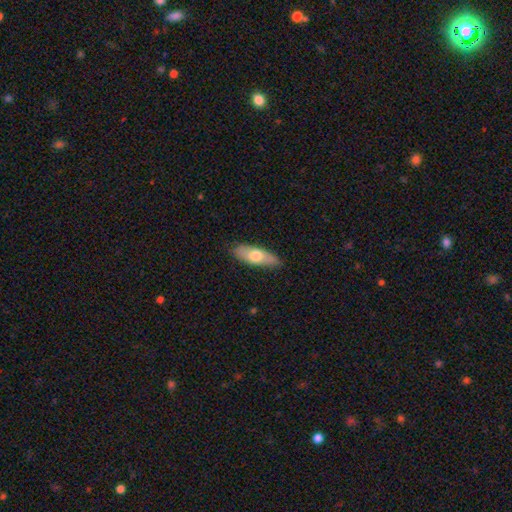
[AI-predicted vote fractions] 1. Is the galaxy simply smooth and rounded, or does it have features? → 63% smooth, 31% featured or disk, 6% star or artifact.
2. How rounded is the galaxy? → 66% in between, 31% cigar-shaped, 3% round.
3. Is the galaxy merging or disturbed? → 82% none, 14% minor disturbance, 2% major disturbance, 1% merger.